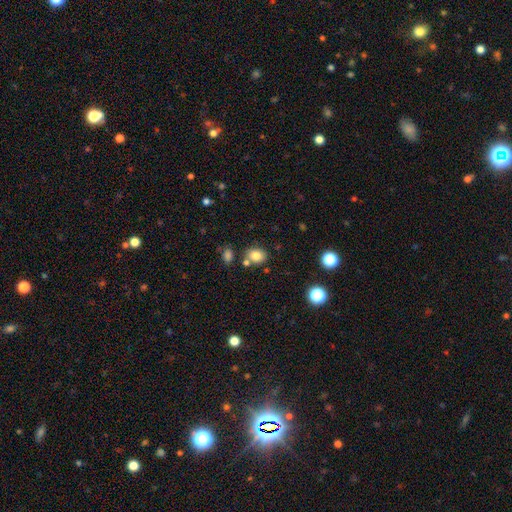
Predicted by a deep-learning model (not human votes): Morphology: type=smooth (82%); roundness=in between (51%); merging=none (71%).